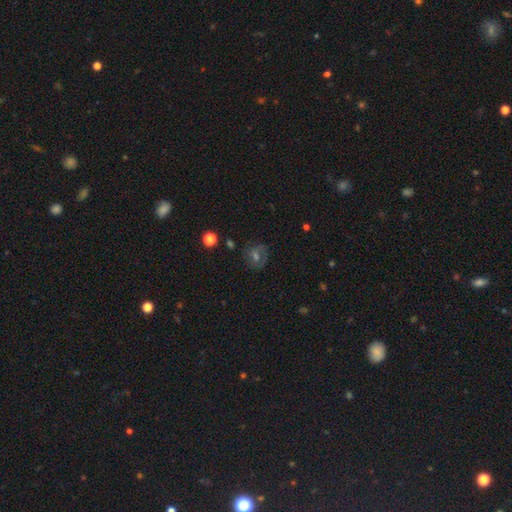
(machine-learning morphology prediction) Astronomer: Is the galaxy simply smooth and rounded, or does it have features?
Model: featured or disk — 48% (runner-up: smooth, 31%).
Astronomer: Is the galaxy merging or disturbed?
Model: none — 74%.